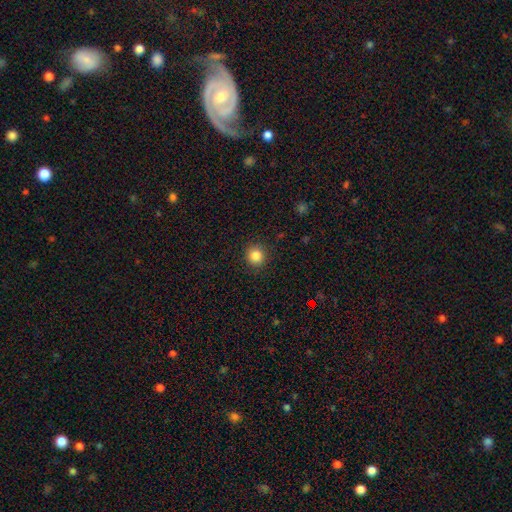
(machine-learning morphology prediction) Q: Smooth or featured?
A: smooth (84%); runner-up: star or artifact (11%)
Q: How rounded?
A: round (92%); runner-up: in between (7%)
Q: Merging?
A: none (91%); runner-up: minor disturbance (6%)